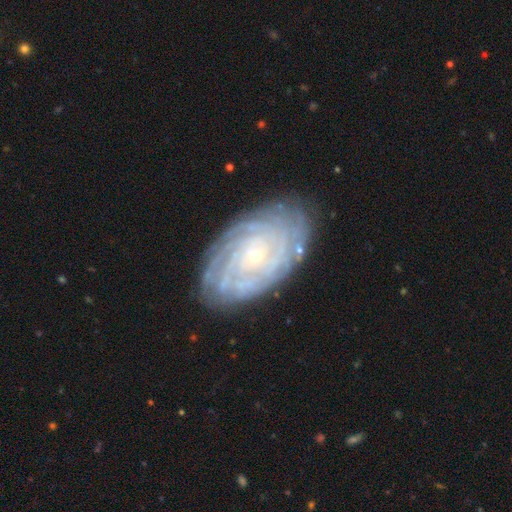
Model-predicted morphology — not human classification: Smooth or featured? featured or disk (86%)
Edge-on disk? no (95%)
Bar? no (80%)
Spiral arms? yes (96%)
Spiral winding? tight (86%)
Spiral arm count? can't tell (32%)
Bulge size? small (82%)
Merging? none (81%)